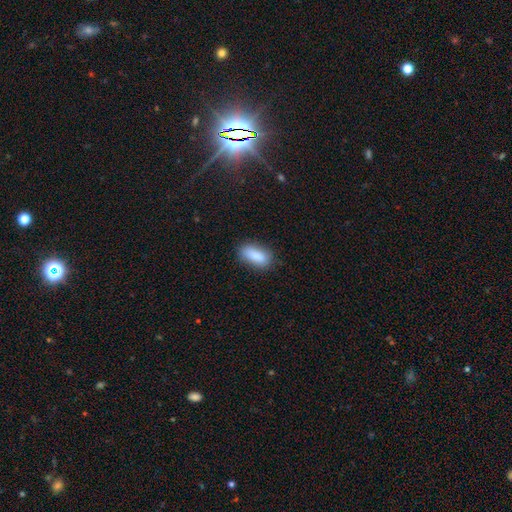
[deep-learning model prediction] smooth_or_featured: smooth (p=0.86) [alt: featured or disk p=0.07]
how_rounded: in between (p=0.82) [alt: cigar-shaped p=0.15]
merging: none (p=0.80) [alt: minor disturbance p=0.15]